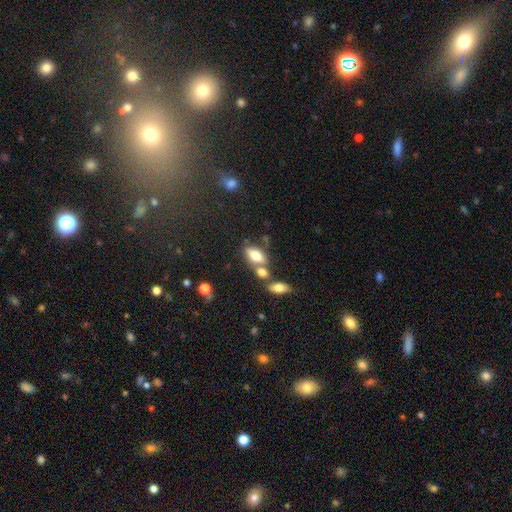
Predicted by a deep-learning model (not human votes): Q: Smooth or featured?
A: smooth (69%); runner-up: featured or disk (21%)
Q: How rounded?
A: in between (83%); runner-up: cigar-shaped (12%)
Q: Merging?
A: none (51%); runner-up: merger (32%)